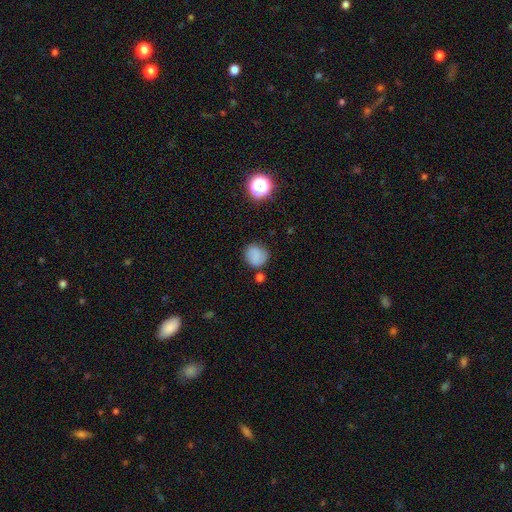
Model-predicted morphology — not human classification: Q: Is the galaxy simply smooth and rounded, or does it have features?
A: smooth — 77%.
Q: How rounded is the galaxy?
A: round — 84%.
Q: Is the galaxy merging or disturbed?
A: none — 74%.